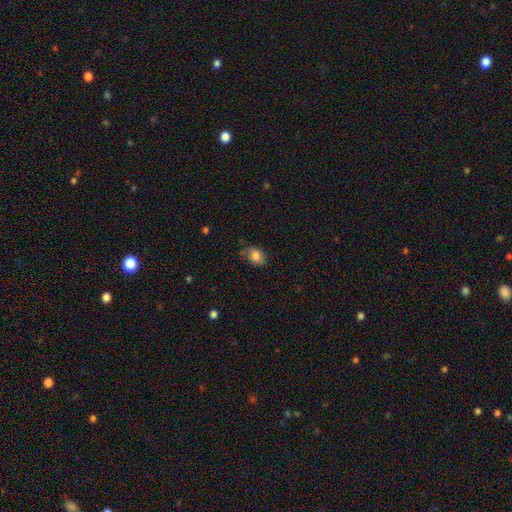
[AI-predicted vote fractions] Smooth or featured? smooth (80%)
How rounded? in between (73%)
Merging? none (61%)